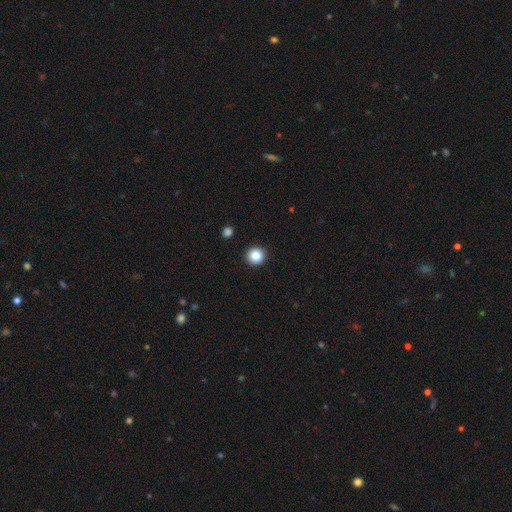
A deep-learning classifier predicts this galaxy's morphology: Q: Smooth or featured?
A: smooth (86%); runner-up: star or artifact (10%)
Q: How rounded?
A: round (95%); runner-up: in between (4%)
Q: Merging?
A: none (93%); runner-up: minor disturbance (4%)